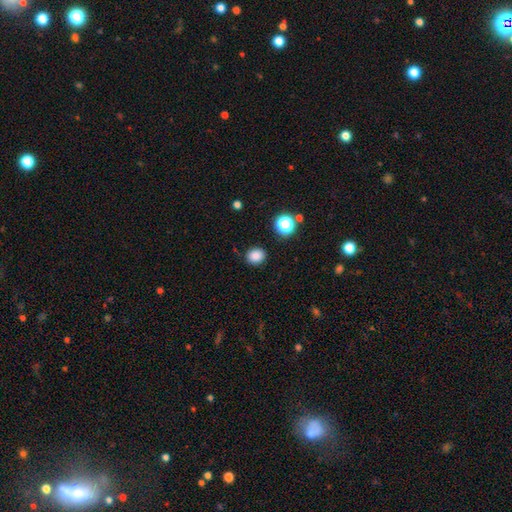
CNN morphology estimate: Smooth or featured?
  - smooth: 84% *
  - star or artifact: 12%
  - featured or disk: 4%
How rounded?
  - round: 69% *
  - in between: 30%
  - cigar-shaped: 1%
Merging?
  - none: 87% *
  - minor disturbance: 9%
  - major disturbance: 3%
  - merger: 2%